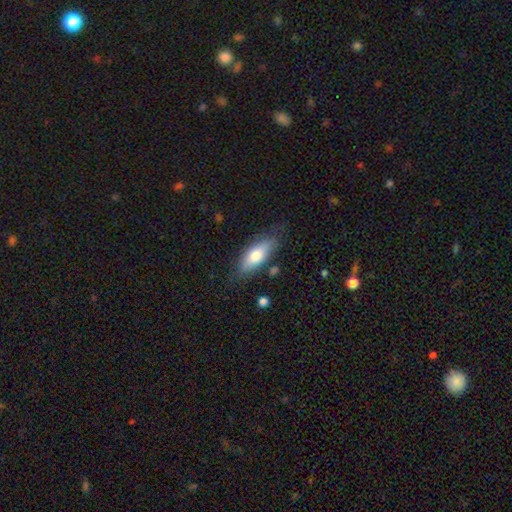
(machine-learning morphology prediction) Overall: smooth (70%). How rounded: in between (71%). Merging: none (74%).